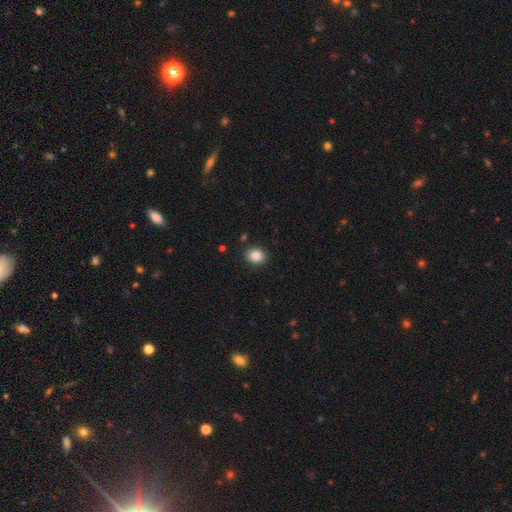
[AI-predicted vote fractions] Smooth or featured? smooth (85%)
How rounded? round (62%)
Merging? none (90%)